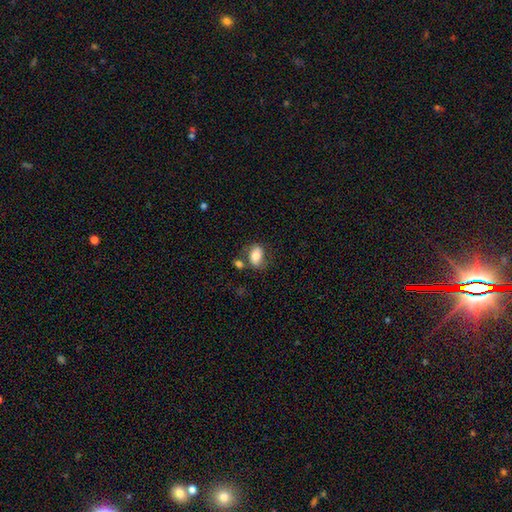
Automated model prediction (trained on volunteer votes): smooth 75%, featured or disk 18%, star or artifact 8%. Down the decision tree: how rounded — in between (81%); merging — none (59%).